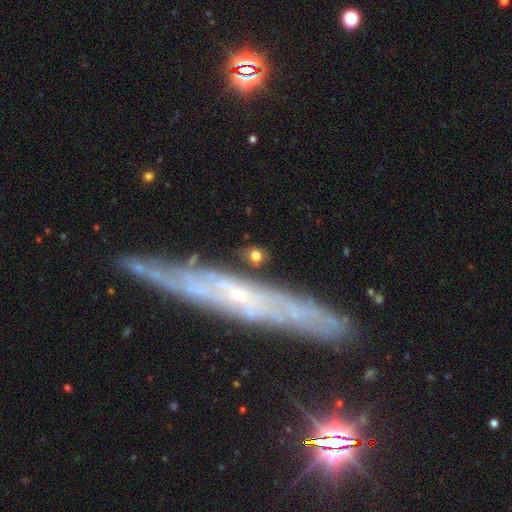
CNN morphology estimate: Q: Smooth or featured?
A: smooth (67%); runner-up: featured or disk (22%)
Q: How rounded?
A: round (51%); runner-up: in between (37%)
Q: Merging?
A: none (74%); runner-up: minor disturbance (13%)